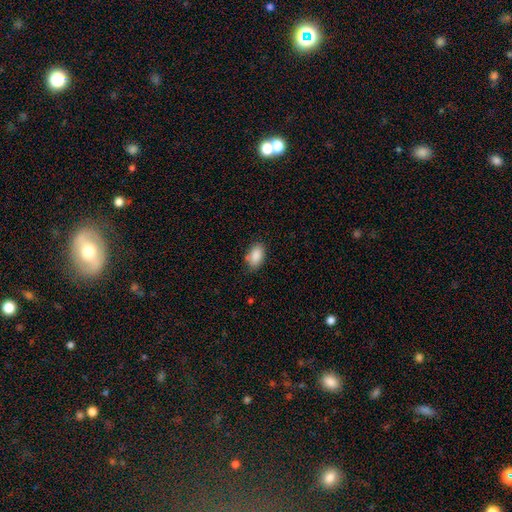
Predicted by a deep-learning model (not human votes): A smooth galaxy with no disk features (89%) that is in between round and cigar-shaped (91%).

Vote fractions:
- Smooth or featured? smooth: 89% / star or artifact: 7% / featured or disk: 4%
- How rounded? in between: 91% / round: 7% / cigar-shaped: 2%
- Merging? none: 78% / minor disturbance: 16% / major disturbance: 3% / merger: 2%